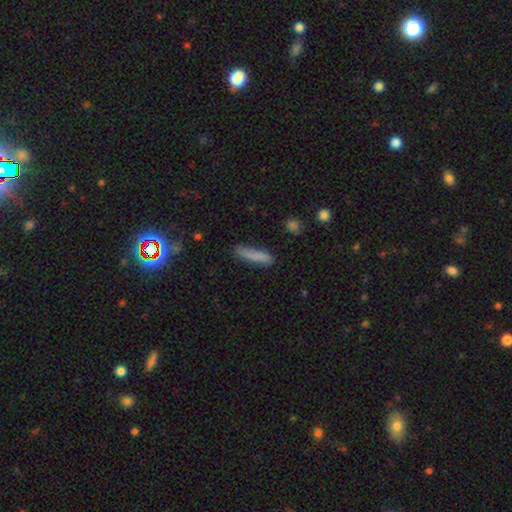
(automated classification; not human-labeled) smooth-or-featured: smooth: 82% | featured or disk: 10% | star or artifact: 7%
  how-rounded: cigar-shaped: 84% | in between: 14% | round: 2%
  merging: none: 78% | minor disturbance: 16% | major disturbance: 3% | merger: 2%